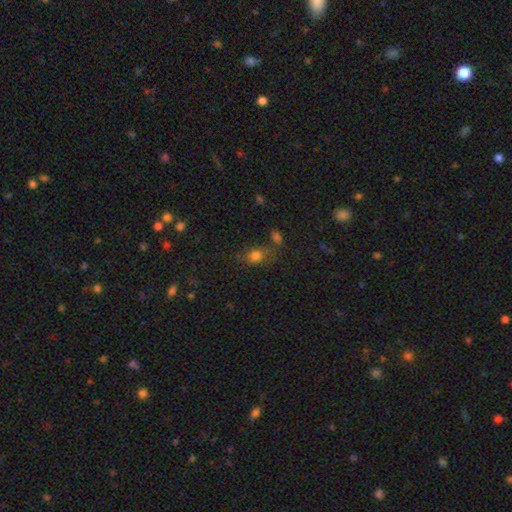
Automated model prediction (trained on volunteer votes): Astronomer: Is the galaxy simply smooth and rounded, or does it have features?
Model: smooth — 75%.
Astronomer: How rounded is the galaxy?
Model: in between — 61% (runner-up: round, 36%).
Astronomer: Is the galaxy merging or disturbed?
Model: none — 58%.